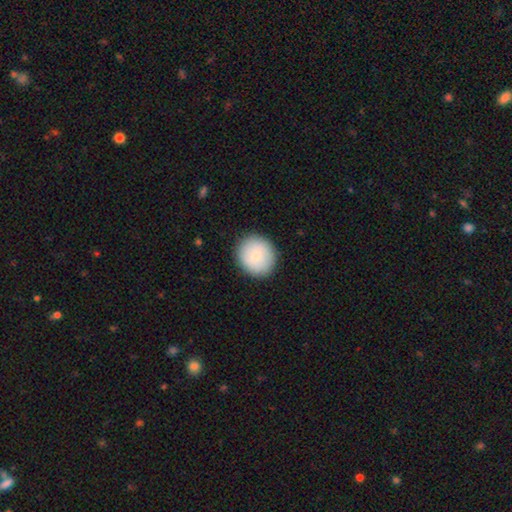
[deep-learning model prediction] smooth_or_featured: smooth (p=0.86) [alt: featured or disk p=0.08]
how_rounded: round (p=0.87) [alt: in between p=0.12]
merging: none (p=0.89) [alt: minor disturbance p=0.08]